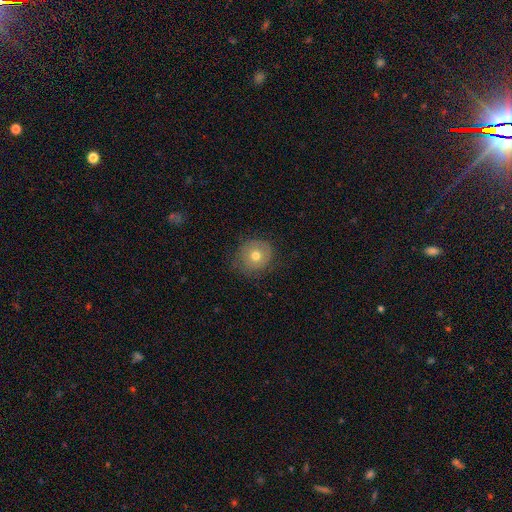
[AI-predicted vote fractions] smooth_or_featured: smooth (p=0.69) [alt: featured or disk p=0.21]
how_rounded: round (p=0.86) [alt: in between p=0.13]
merging: none (p=0.71) [alt: minor disturbance p=0.21]